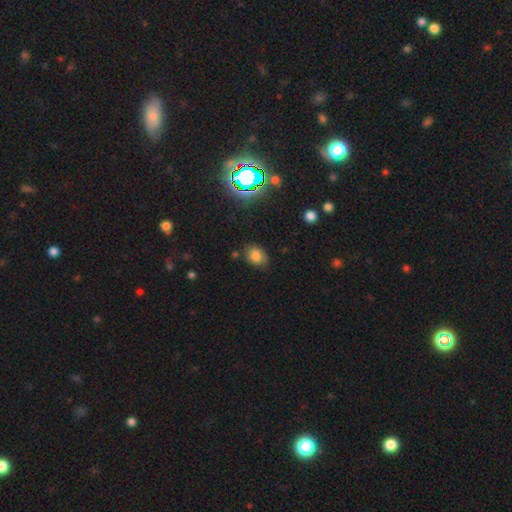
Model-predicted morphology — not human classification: Smooth or featured: smooth — 74% (star or artifact — 17%)
How rounded: in between — 56% (round — 43%)
Merging: none — 74% (minor disturbance — 19%)